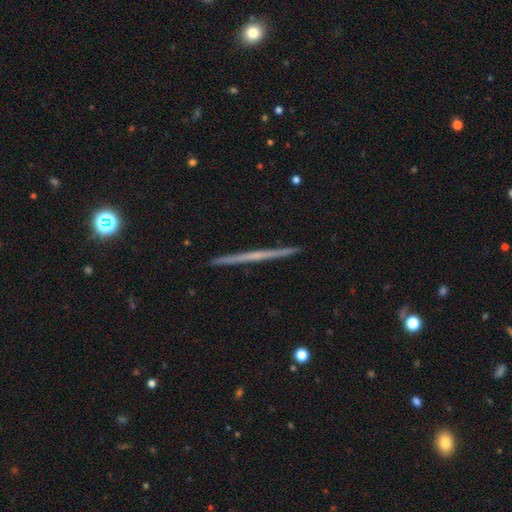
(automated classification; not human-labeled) featured or disk 67%, smooth 27%, star or artifact 6%. Down the decision tree: edge-on disk — yes (98%); edge-on bulge — none (81%); merging — none (93%).